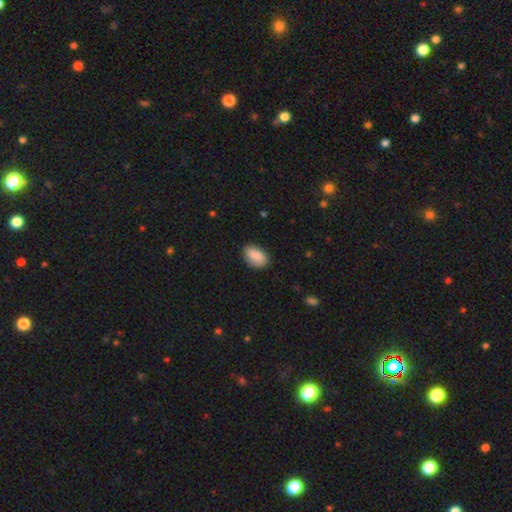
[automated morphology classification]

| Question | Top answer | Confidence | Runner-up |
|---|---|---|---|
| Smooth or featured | smooth | 86% | featured or disk (7%) |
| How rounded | in between | 91% | round (7%) |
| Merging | none | 79% | minor disturbance (16%) |